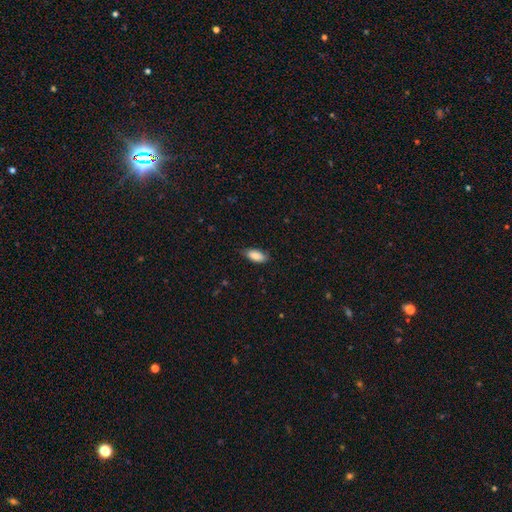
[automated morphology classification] Q: Smooth or featured?
A: smooth (86%); runner-up: featured or disk (8%)
Q: How rounded?
A: in between (88%); runner-up: cigar-shaped (9%)
Q: Merging?
A: none (77%); runner-up: minor disturbance (19%)